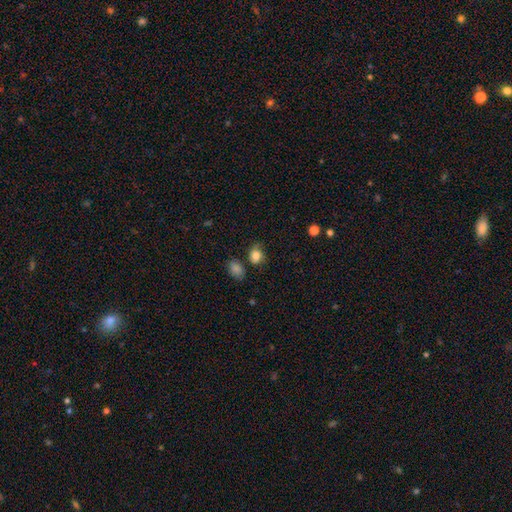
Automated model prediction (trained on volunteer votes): Morphology: type=smooth (82%); roundness=in between (50%); merging=none (56%).